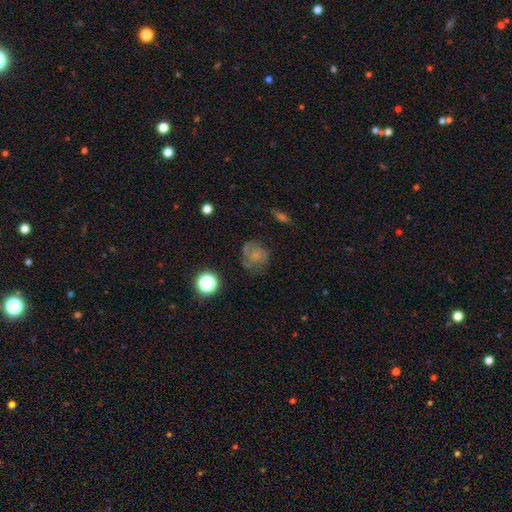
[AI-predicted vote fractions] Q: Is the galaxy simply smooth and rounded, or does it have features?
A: smooth — 49%.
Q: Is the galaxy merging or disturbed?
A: none — 55%.